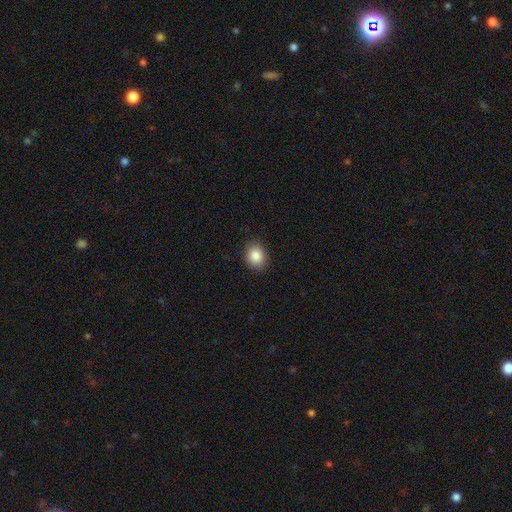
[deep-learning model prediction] This appears to be a smooth galaxy with no disk features (87%) that is round (61%). Merging: none (89%).